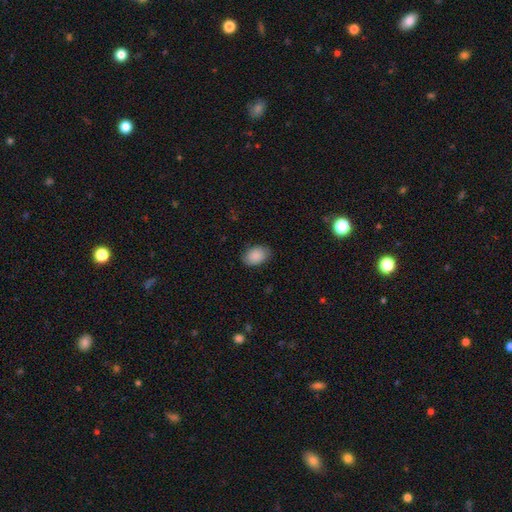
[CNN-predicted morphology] This appears to be a smooth galaxy with no disk features (87%) that is in between round and cigar-shaped (82%). Merging: none (84%).